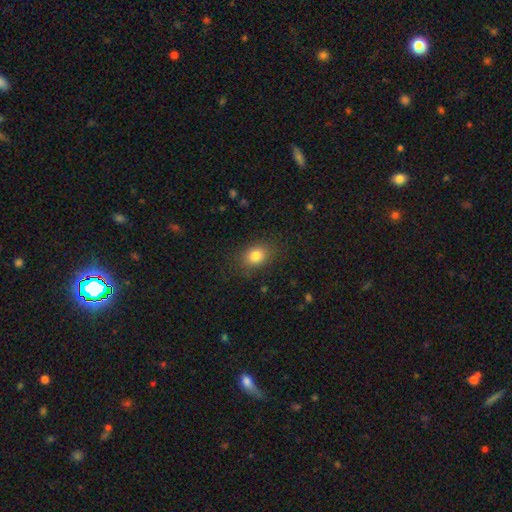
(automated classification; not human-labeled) A smooth galaxy with no disk features (82%) that is in between round and cigar-shaped (60%). Merging: none (83%).